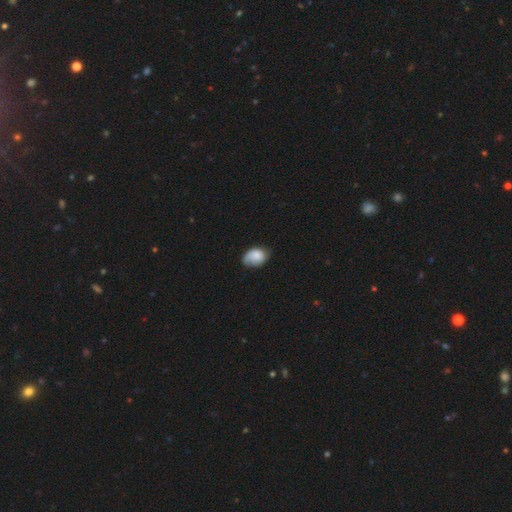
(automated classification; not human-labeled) smooth 77%, featured or disk 16%, star or artifact 7%. Down the decision tree: how rounded — in between (77%); merging — none (55%).